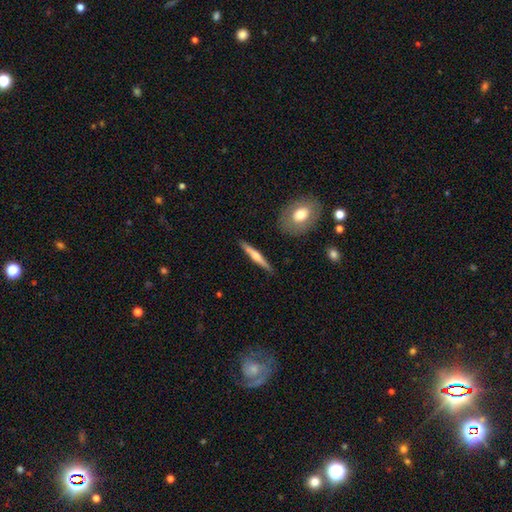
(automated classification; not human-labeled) The model was most divided on "smooth or featured": featured or disk: 55%, smooth: 40%, star or artifact: 5%. More confident: edge-on disk — yes (96%); merging — none (89%); edge-on bulge — rounded (83%).